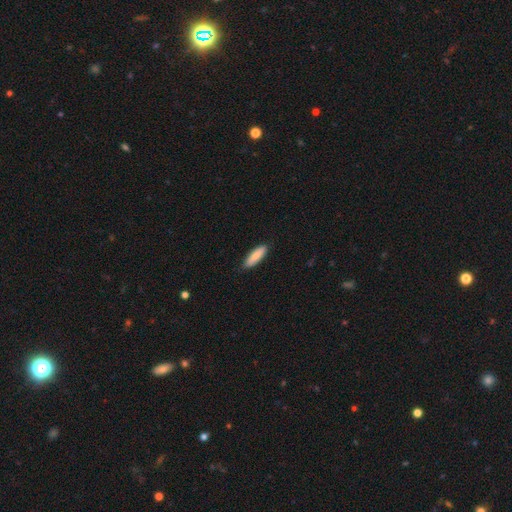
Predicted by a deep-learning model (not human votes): A smooth galaxy with no disk features (84%) that is cigar-shaped (58%). Merging: none (85%).